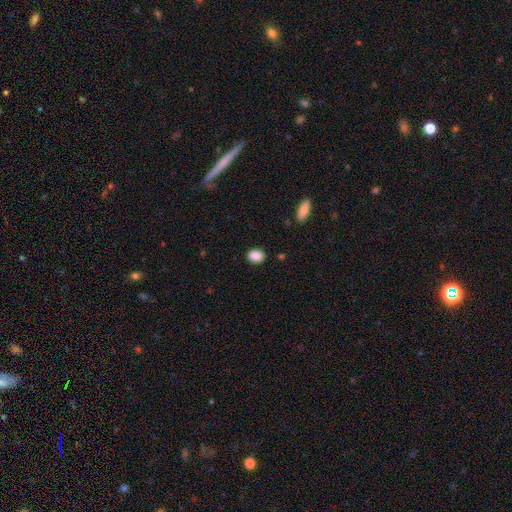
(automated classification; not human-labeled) Morphology: type=smooth (88%); roundness=in between (68%); merging=none (88%).